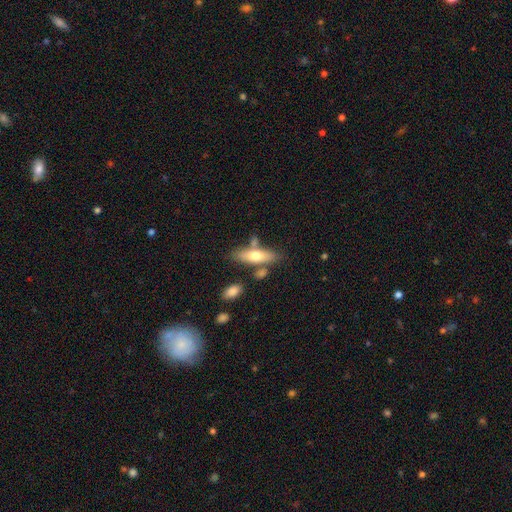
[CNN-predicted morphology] The model was most divided on "how rounded": cigar-shaped: 53%, in between: 45%, round: 2%. More confident: merging — none (67%); smooth or featured — smooth (60%).